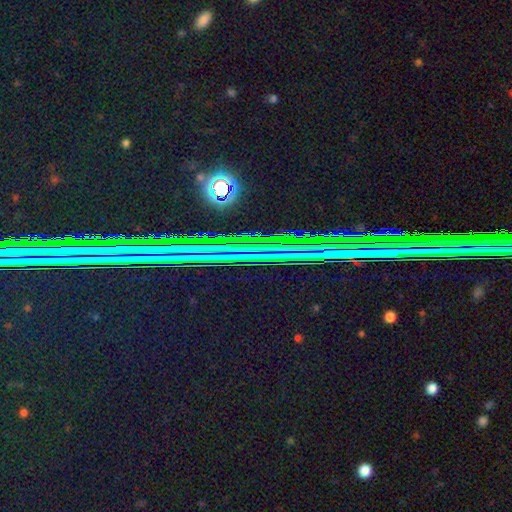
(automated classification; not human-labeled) star or artifact 83%, smooth 9%, featured or disk 8%.